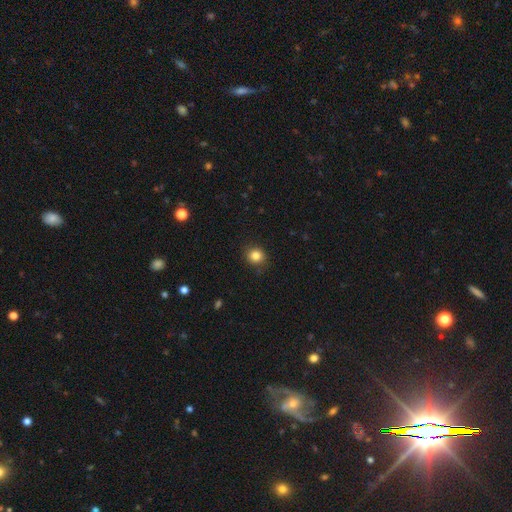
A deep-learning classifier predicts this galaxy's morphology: This is clearly a smooth galaxy (84%). How rounded: clearly round (84%). Merging: clearly none (86%).